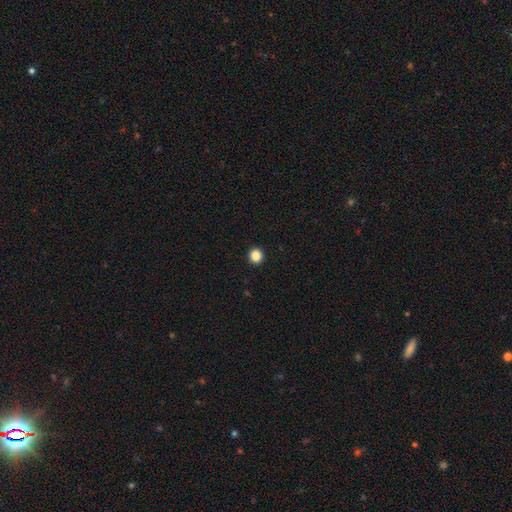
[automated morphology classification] smooth 86%, star or artifact 11%, featured or disk 3%. Down the decision tree: how rounded — round (91%); merging — none (94%).